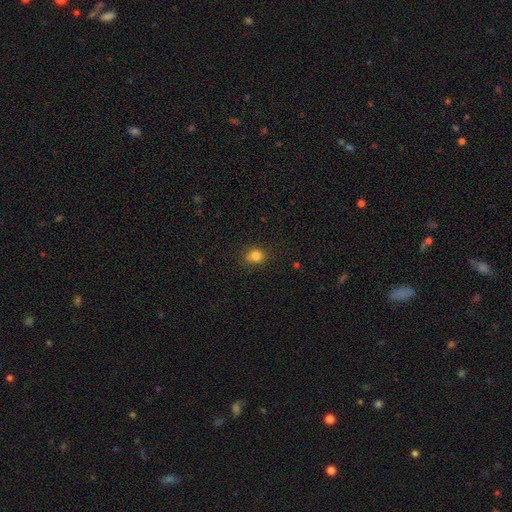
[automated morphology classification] Smooth or featured? smooth (81%)
How rounded? round (74%)
Merging? none (75%)